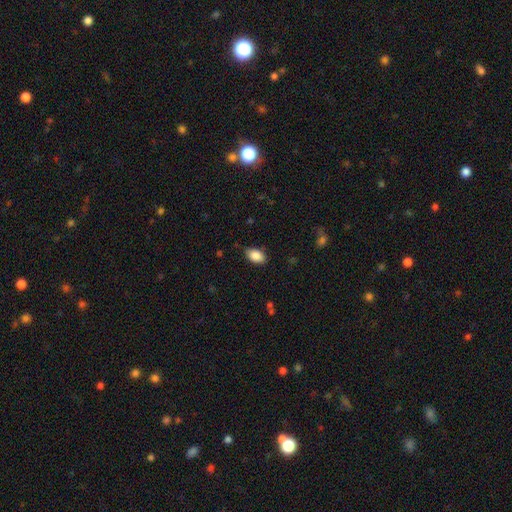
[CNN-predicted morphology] Overall: smooth (87%). How rounded: in between (92%). Merging: none (83%).